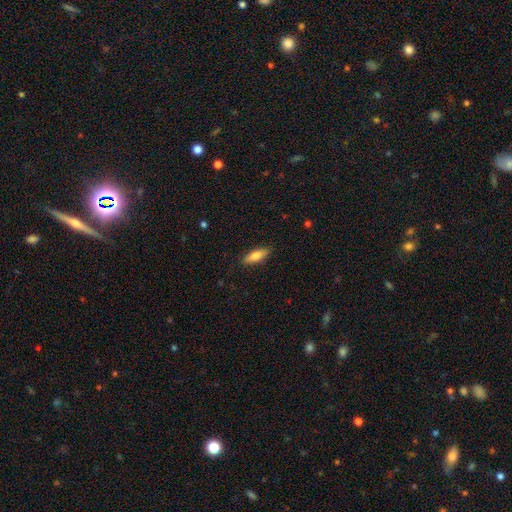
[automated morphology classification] A smooth galaxy with no disk features (74%) that is in between round and cigar-shaped (54%). Merging: none (87%).